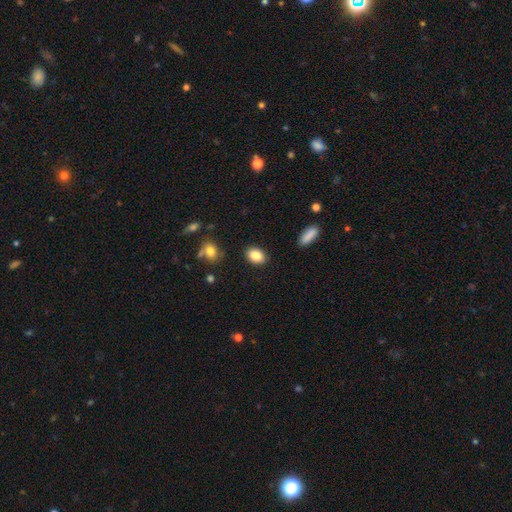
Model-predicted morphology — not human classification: smooth 85%, star or artifact 8%, featured or disk 6%. Down the decision tree: how rounded — in between (76%); merging — none (87%).